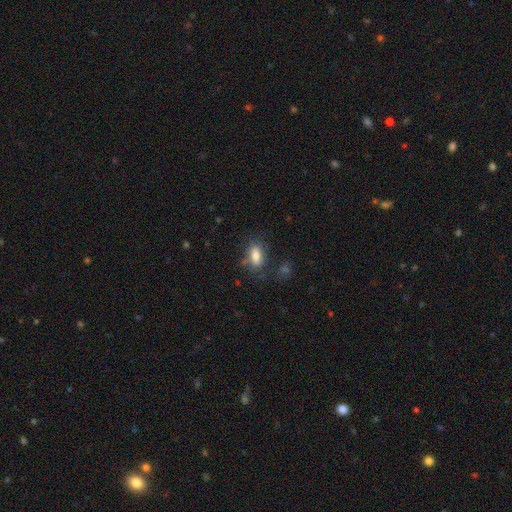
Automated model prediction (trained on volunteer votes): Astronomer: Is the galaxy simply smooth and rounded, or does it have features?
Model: smooth — 77%.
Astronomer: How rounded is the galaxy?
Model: in between — 84%.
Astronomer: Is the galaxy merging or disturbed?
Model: none — 68%.